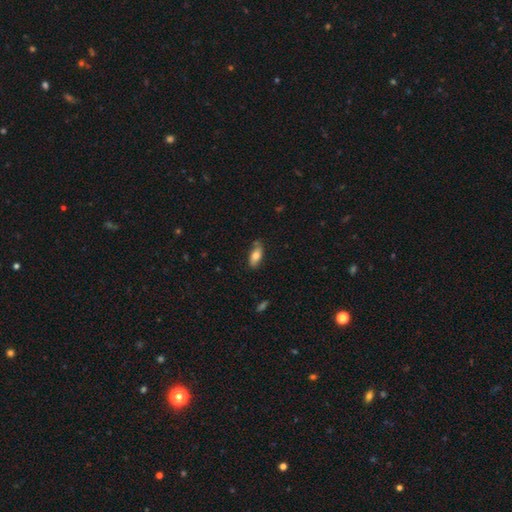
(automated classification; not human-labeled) Smooth or featured: smooth — 71% (featured or disk — 23%)
How rounded: in between — 85% (cigar-shaped — 12%)
Merging: none — 72% (minor disturbance — 21%)